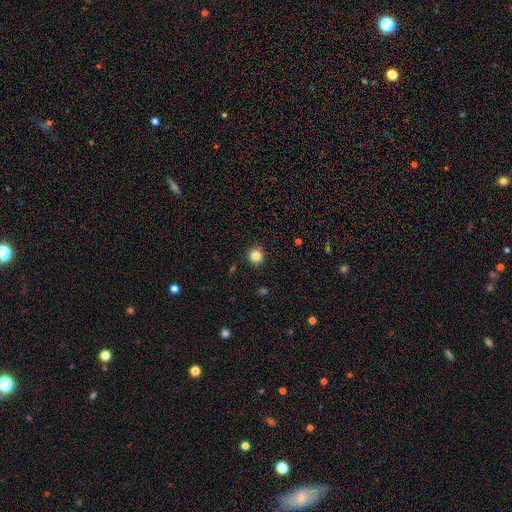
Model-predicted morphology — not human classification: type=smooth (84%); roundness=round (94%); merging=none (91%).